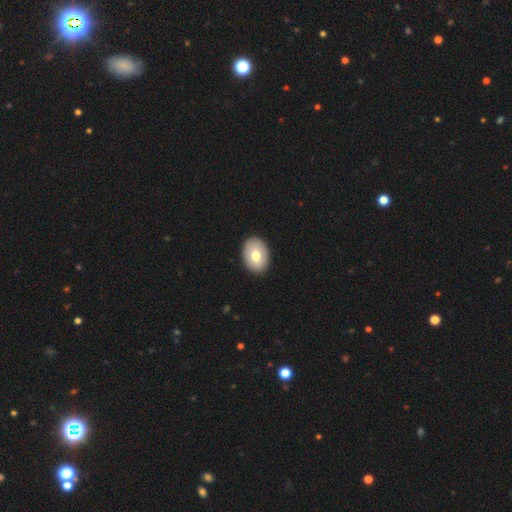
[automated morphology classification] This is likely a smooth galaxy (73%). How rounded: likely in between (76%). Merging: clearly none (90%).